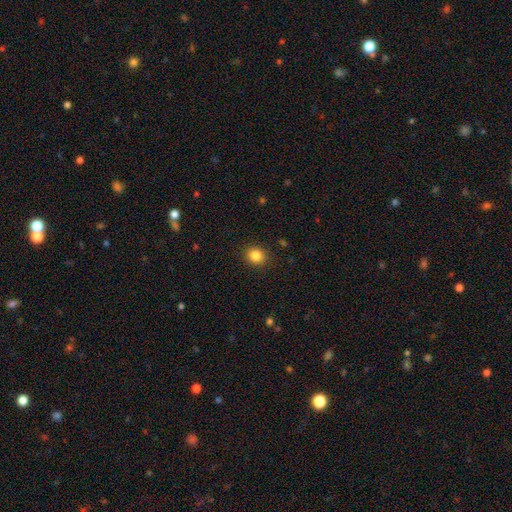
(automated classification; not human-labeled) A smooth galaxy with no disk features (85%) that is round (80%).

Vote fractions:
- Smooth or featured? smooth: 85% / star or artifact: 11% / featured or disk: 4%
- How rounded? round: 80% / in between: 19% / cigar-shaped: 1%
- Merging? none: 90% / minor disturbance: 6% / major disturbance: 2% / merger: 1%